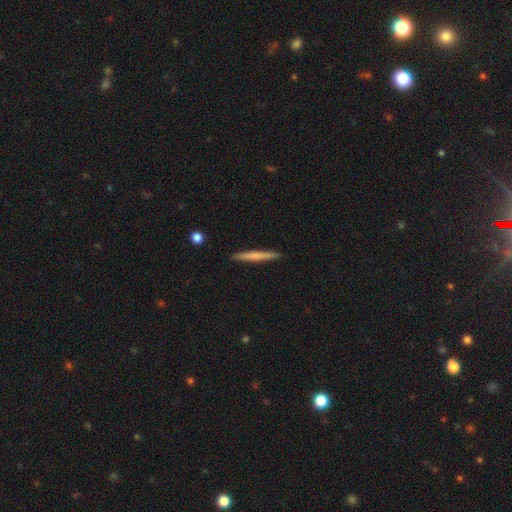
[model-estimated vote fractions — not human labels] Q: Smooth or featured?
A: smooth (59%); runner-up: featured or disk (36%)
Q: How rounded?
A: cigar-shaped (97%); runner-up: in between (2%)
Q: Merging?
A: none (92%); runner-up: minor disturbance (5%)